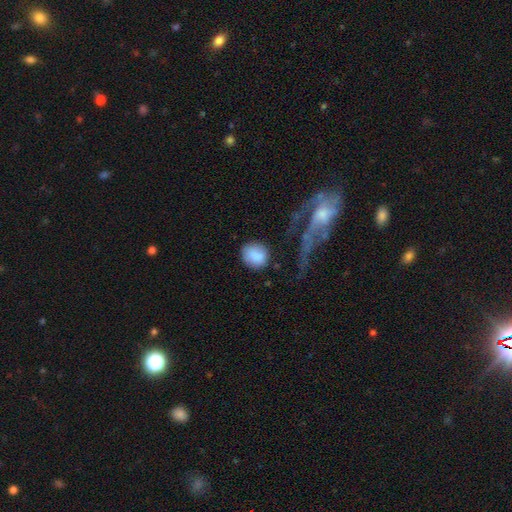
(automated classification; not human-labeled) Smooth or featured? Predicted: smooth (p=0.84). How rounded? Predicted: round (p=0.79). Merging? Predicted: none (p=0.69).